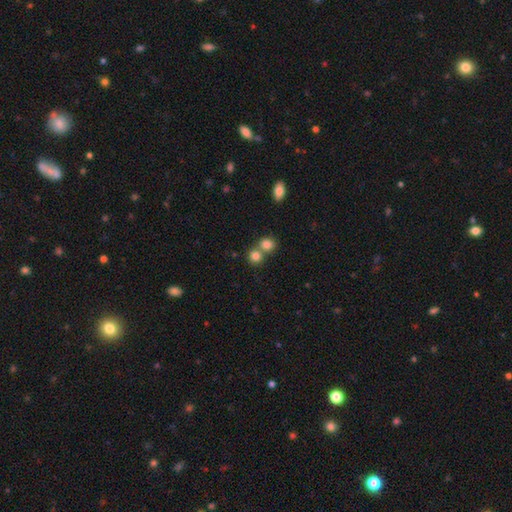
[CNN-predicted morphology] Smooth or featured?
  - smooth: 81% *
  - star or artifact: 12%
  - featured or disk: 7%
How rounded?
  - round: 86% *
  - in between: 13%
  - cigar-shaped: 1%
Merging?
  - none: 49% *
  - merger: 44%
  - minor disturbance: 6%
  - major disturbance: 2%